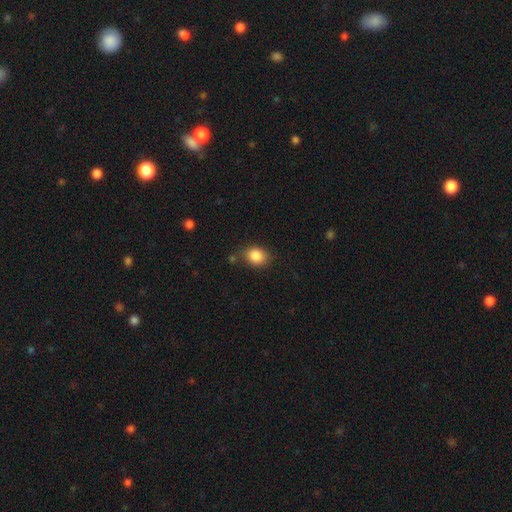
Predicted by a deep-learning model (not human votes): smooth 86%, star or artifact 9%, featured or disk 5%. Down the decision tree: how rounded — in between (50%); merging — none (76%).